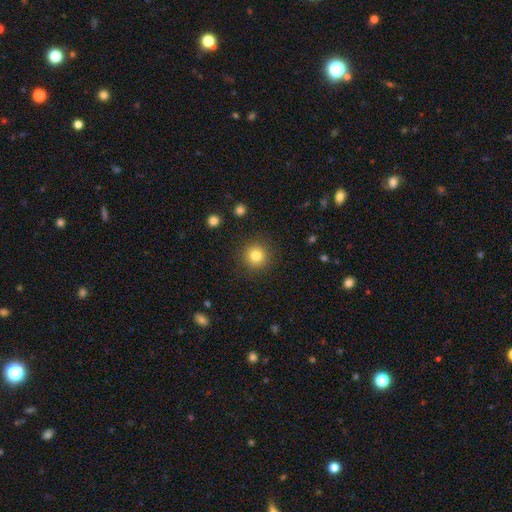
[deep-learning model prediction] Smooth or featured? smooth (82%)
How rounded? round (94%)
Merging? none (90%)